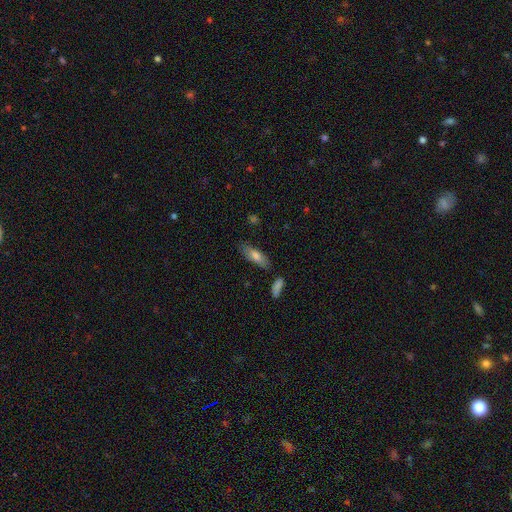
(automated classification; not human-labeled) Smooth or featured?
  - smooth: 72% *
  - featured or disk: 21%
  - star or artifact: 6%
How rounded?
  - in between: 58% *
  - cigar-shaped: 40%
  - round: 2%
Merging?
  - none: 79% *
  - minor disturbance: 14%
  - merger: 4%
  - major disturbance: 3%